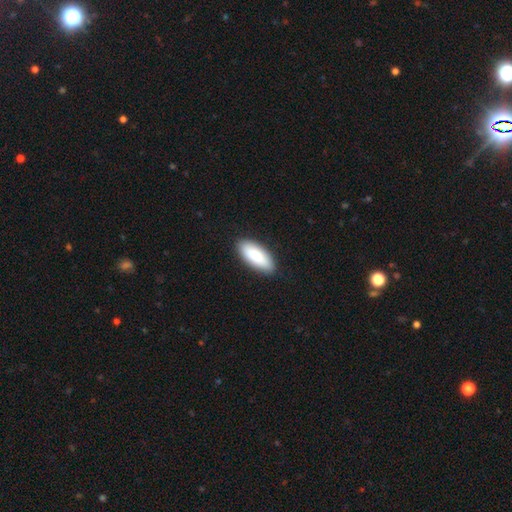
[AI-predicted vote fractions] A smooth galaxy with no disk features (88%) that is in between round and cigar-shaped (80%). Merging: none (89%).